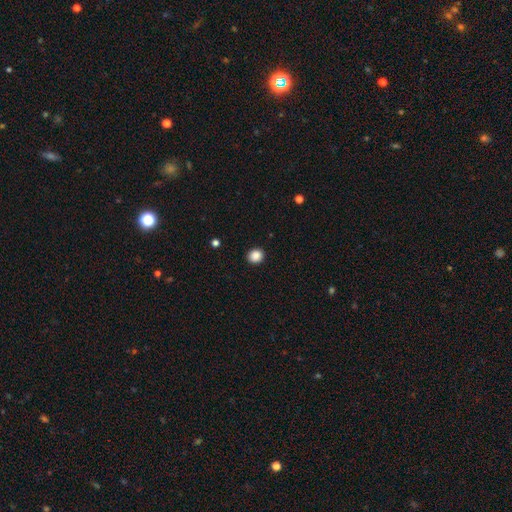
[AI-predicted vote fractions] This is clearly a smooth galaxy (88%). How rounded: clearly round (80%). Merging: clearly none (92%).